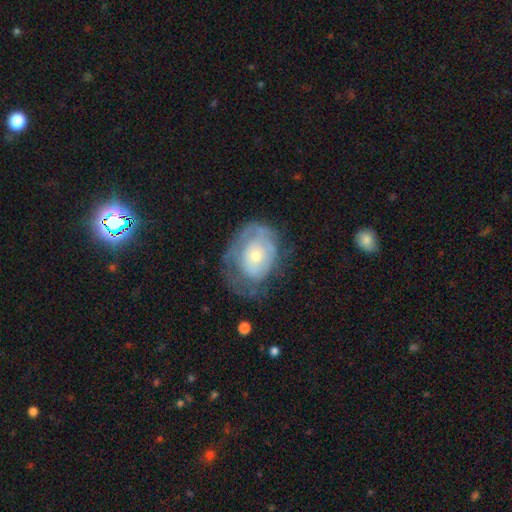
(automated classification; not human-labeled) Smooth or featured? featured or disk (59%)
Edge-on disk? no (95%)
Bar? no (85%)
Spiral arms? yes (53%)
Bulge size? small (57%)
Merging? none (48%)